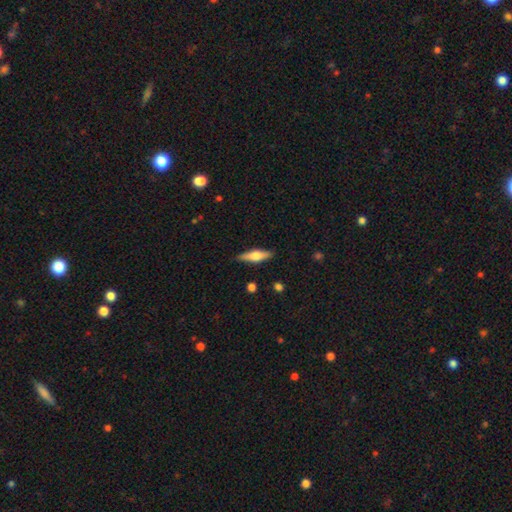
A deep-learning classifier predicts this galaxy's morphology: smooth_or_featured: smooth (p=0.50) [alt: featured or disk p=0.44]
merging: none (p=0.86) [alt: minor disturbance p=0.11]